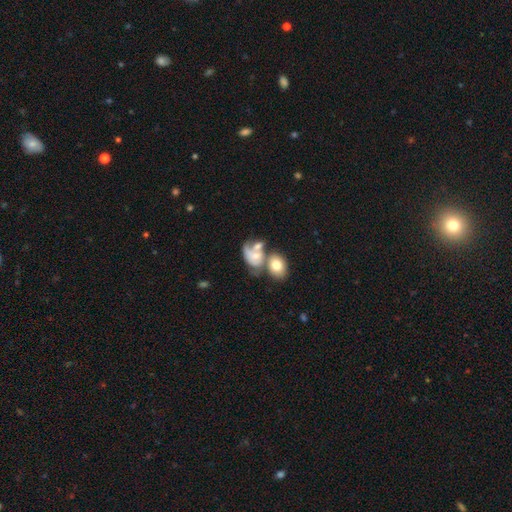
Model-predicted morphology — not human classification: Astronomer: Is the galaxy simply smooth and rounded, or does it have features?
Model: featured or disk — 48% (runner-up: smooth, 43%).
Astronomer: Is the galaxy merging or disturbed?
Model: merger — 52%.